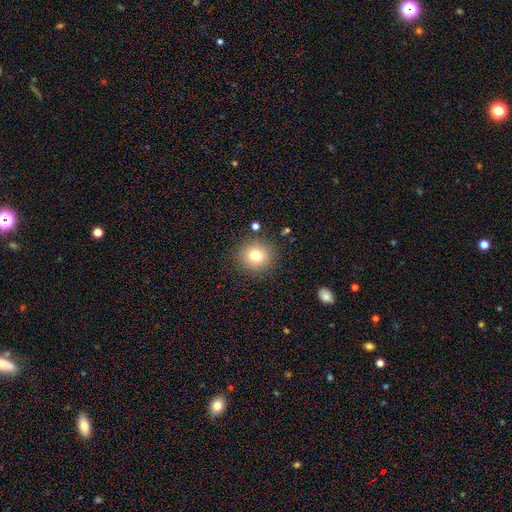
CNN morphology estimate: The model was most divided on "smooth or featured": smooth: 77%, star or artifact: 13%, featured or disk: 10%. More confident: how rounded — round (93%); merging — none (88%).